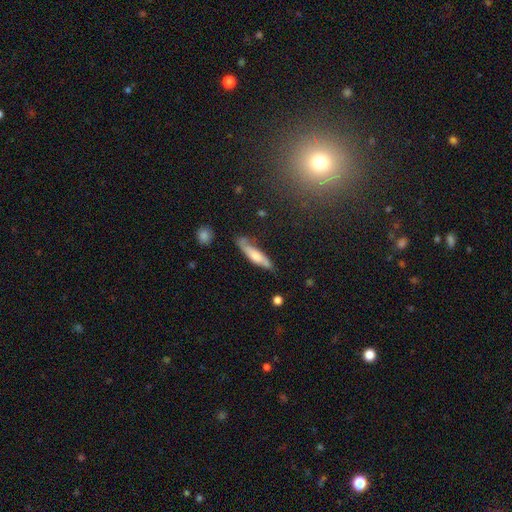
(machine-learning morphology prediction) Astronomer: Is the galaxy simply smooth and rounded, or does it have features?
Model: smooth — 58% (runner-up: featured or disk, 36%).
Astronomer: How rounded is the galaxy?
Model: cigar-shaped — 77%.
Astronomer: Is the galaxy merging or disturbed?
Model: none — 67%.